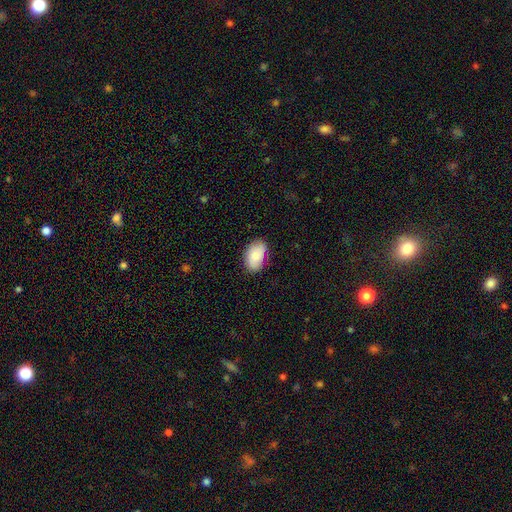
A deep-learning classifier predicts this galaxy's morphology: smooth-or-featured: smooth: 84% | featured or disk: 10% | star or artifact: 7%
  how-rounded: in between: 89% | round: 10% | cigar-shaped: 1%
  merging: none: 80% | minor disturbance: 16% | major disturbance: 3% | merger: 1%